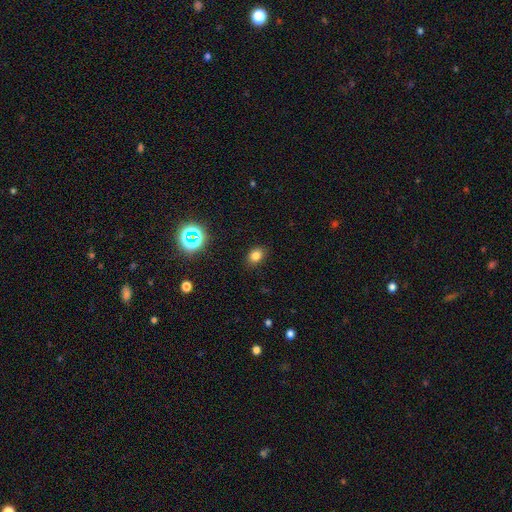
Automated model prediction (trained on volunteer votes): Overall: smooth (79%). How rounded: in between (59%; round 40%). Merging: none (86%).